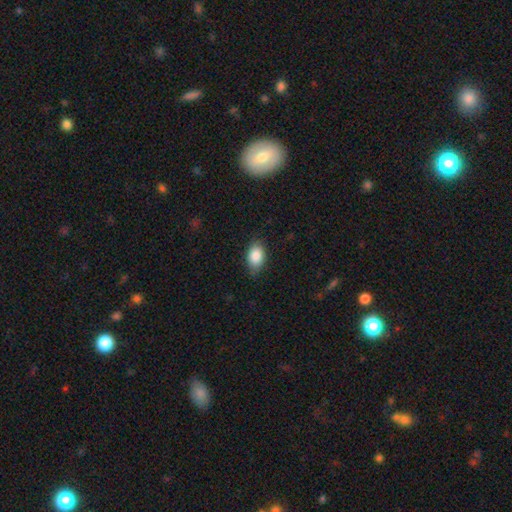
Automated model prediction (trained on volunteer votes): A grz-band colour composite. It shows a smooth galaxy with no disk features (86%) that is in between round and cigar-shaped (87%). Merging: none (78%).